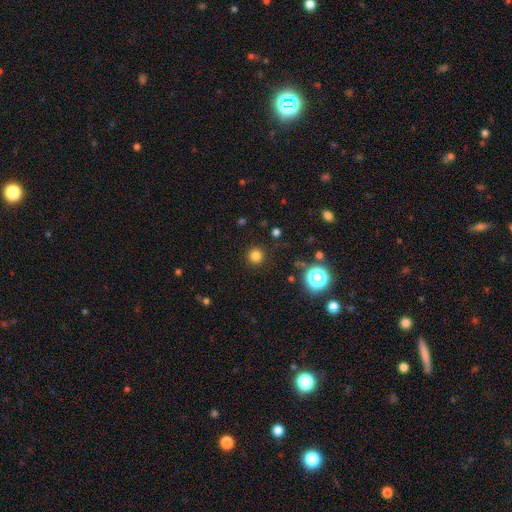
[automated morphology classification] This is likely a smooth galaxy (80%). How rounded: clearly round (95%). Merging: clearly none (91%).